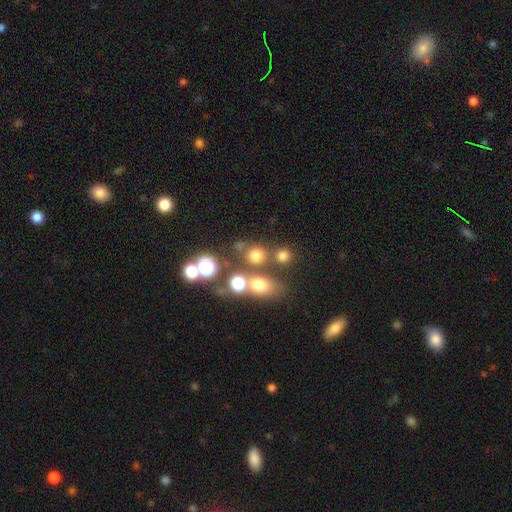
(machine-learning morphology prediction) This appears to be a smooth galaxy with no disk features (71%) that is round (79%). Merging: none (61%).